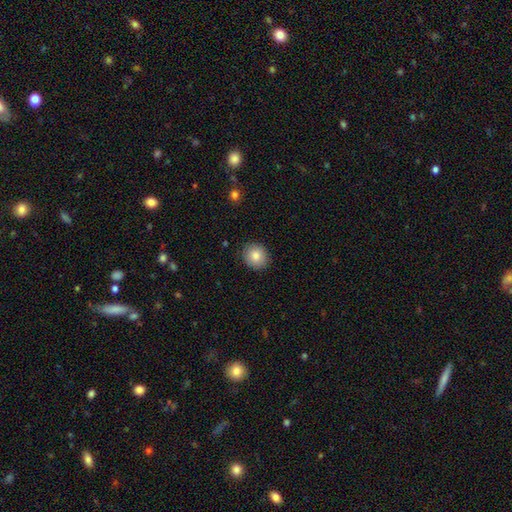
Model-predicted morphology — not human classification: Smooth or featured? smooth (84%)
How rounded? round (82%)
Merging? none (89%)